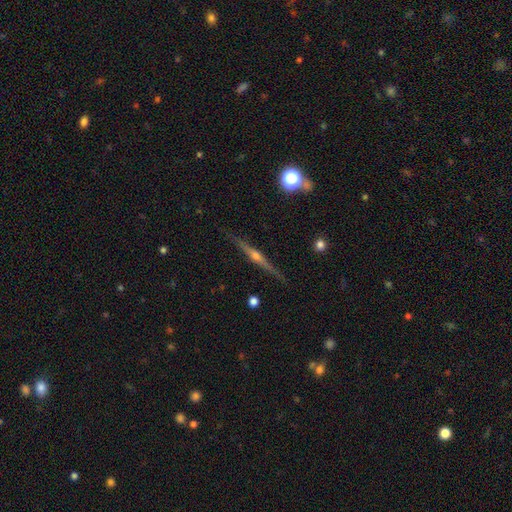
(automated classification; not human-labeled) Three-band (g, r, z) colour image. It shows a featured or disk galaxy (82%) viewed edge-on (98%) with a rounded central bulge (91%). Merging: none (90%).